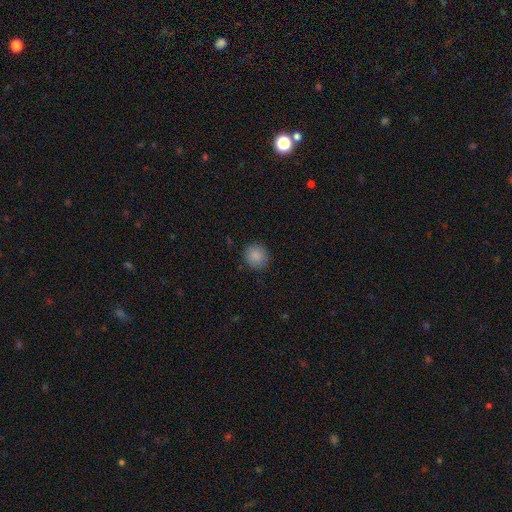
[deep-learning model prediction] Q: Smooth or featured?
A: smooth (88%); runner-up: star or artifact (9%)
Q: How rounded?
A: round (89%); runner-up: in between (10%)
Q: Merging?
A: none (89%); runner-up: minor disturbance (8%)